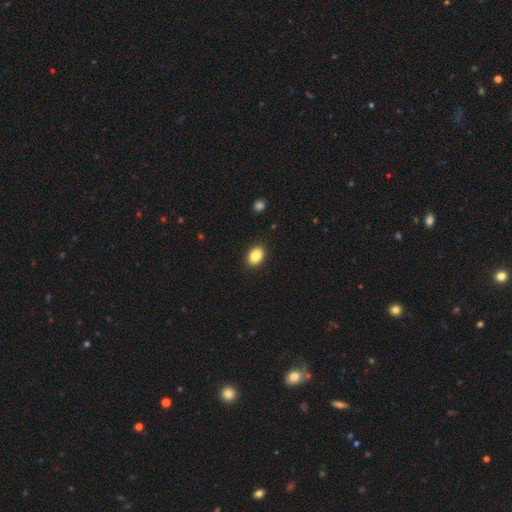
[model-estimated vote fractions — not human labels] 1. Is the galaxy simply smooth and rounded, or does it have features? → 88% smooth, 8% star or artifact, 4% featured or disk.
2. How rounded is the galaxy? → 82% in between, 17% round, 1% cigar-shaped.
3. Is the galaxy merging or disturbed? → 89% none, 8% minor disturbance, 2% major disturbance, 1% merger.